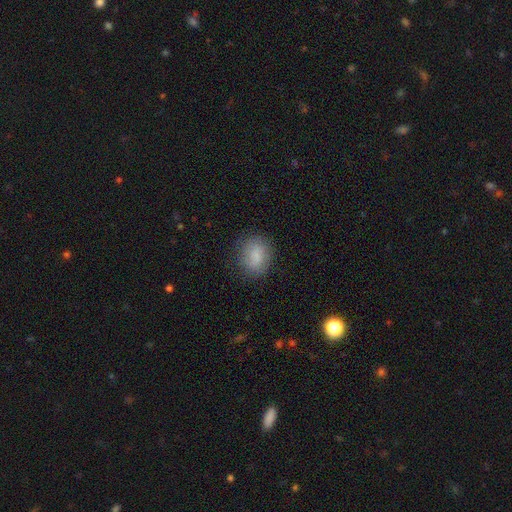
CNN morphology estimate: Smooth or featured? Predicted: smooth (p=0.78). How rounded? Predicted: round (p=0.54). Merging? Predicted: none (p=0.80).